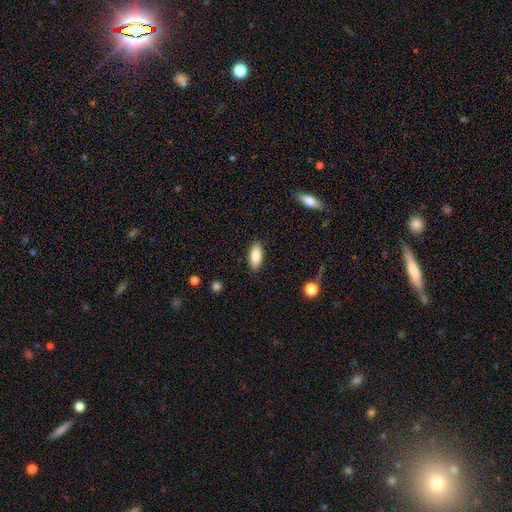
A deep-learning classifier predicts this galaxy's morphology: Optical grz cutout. It shows a smooth galaxy with no disk features (86%) that is in between round and cigar-shaped (83%). Merging: none (88%).